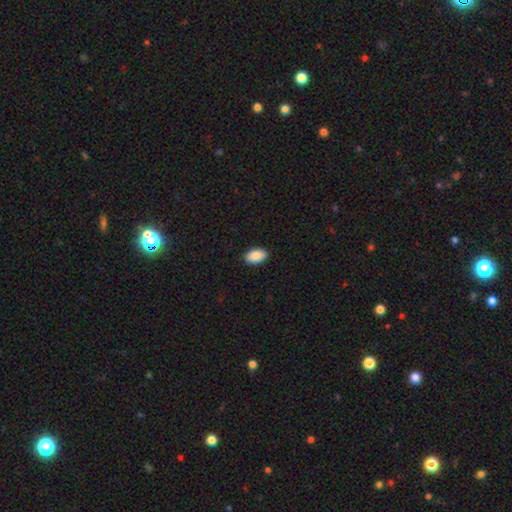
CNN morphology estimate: Smooth or featured: smooth — 90% (star or artifact — 7%)
How rounded: in between — 94% (round — 5%)
Merging: none — 90% (minor disturbance — 7%)